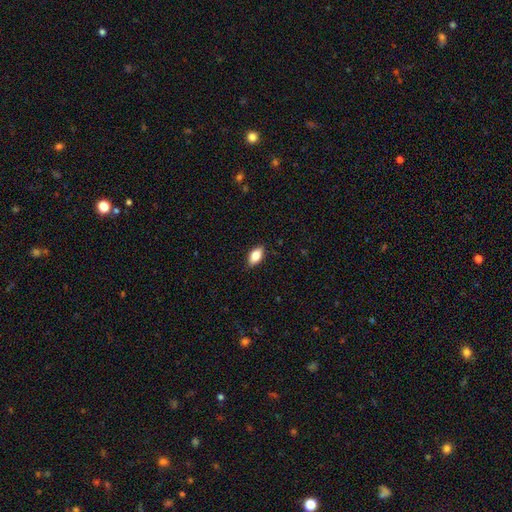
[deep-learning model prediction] Smooth or featured?
  - smooth: 79% *
  - featured or disk: 13%
  - star or artifact: 7%
How rounded?
  - in between: 89% *
  - cigar-shaped: 6%
  - round: 5%
Merging?
  - none: 87% *
  - minor disturbance: 10%
  - major disturbance: 2%
  - merger: 1%